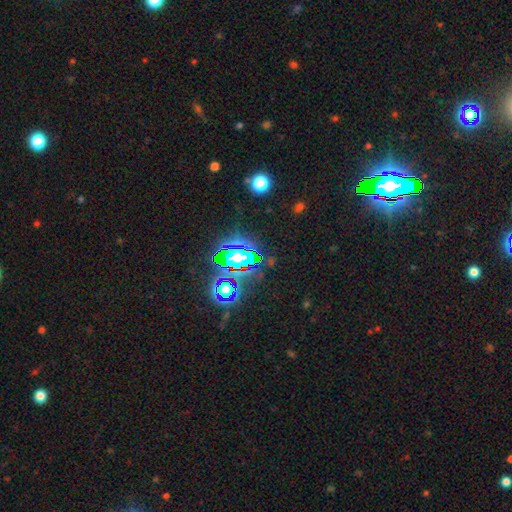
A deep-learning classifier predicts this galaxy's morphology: This appears to be a star or artifact, not a galaxy (81%).